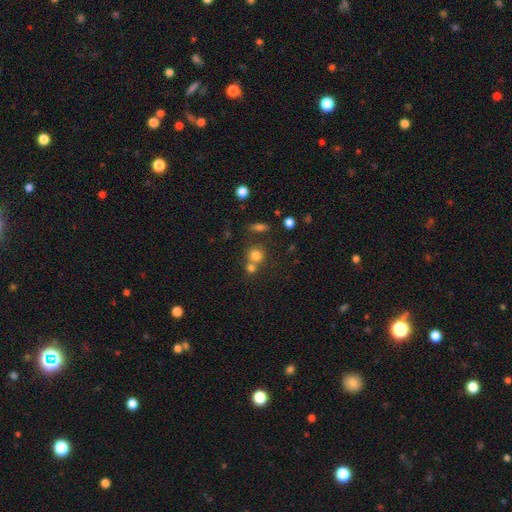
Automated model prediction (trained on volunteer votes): This appears to be a smooth galaxy with no disk features (76%) that is round (85%). Merging: none (52%).